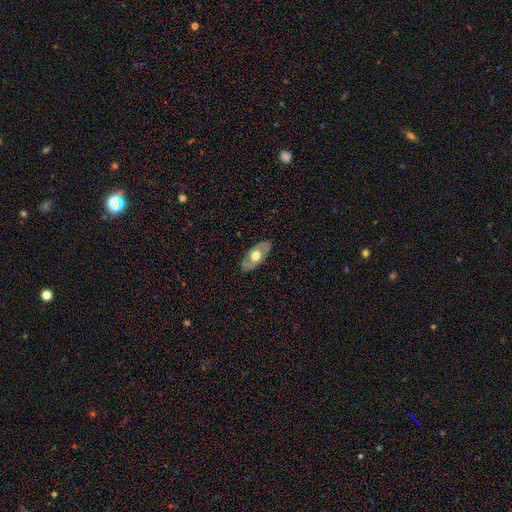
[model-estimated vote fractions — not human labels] Morphology: type=featured or disk (50%); merging=none (82%).